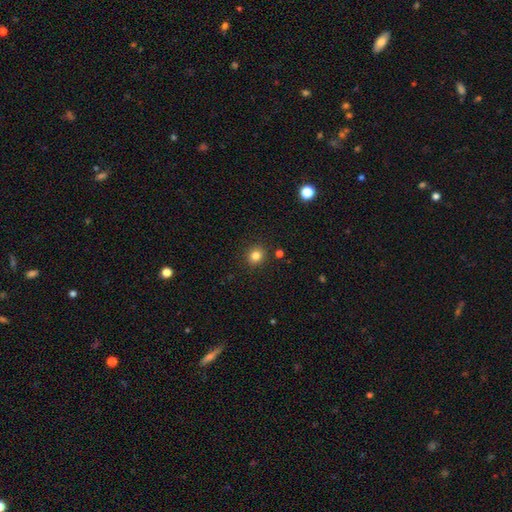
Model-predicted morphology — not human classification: Overall: smooth (82%). How rounded: round (85%). Merging: none (89%).